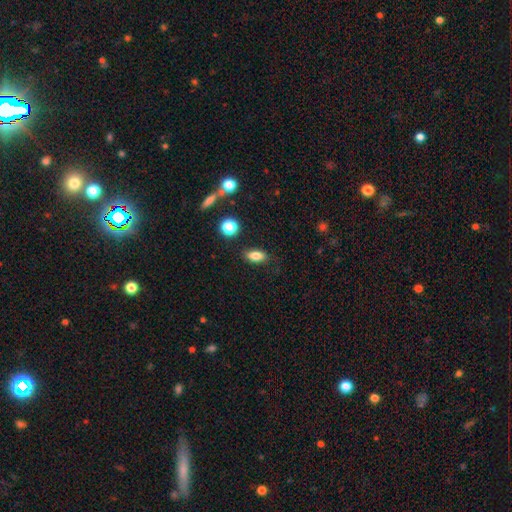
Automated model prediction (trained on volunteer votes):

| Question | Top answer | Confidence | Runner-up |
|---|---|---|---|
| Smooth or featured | smooth | 81% | star or artifact (10%) |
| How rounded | in between | 83% | cigar-shaped (10%) |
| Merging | none | 83% | minor disturbance (11%) |